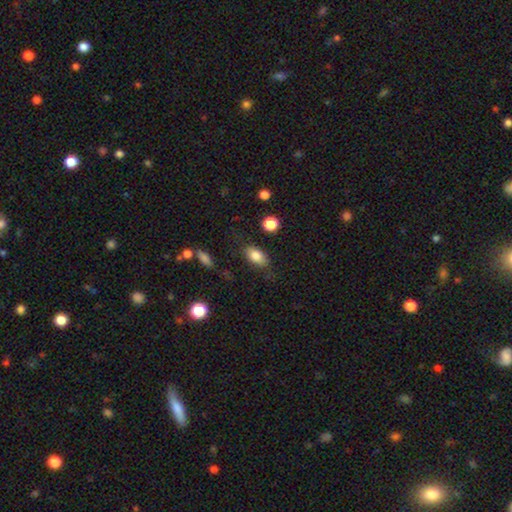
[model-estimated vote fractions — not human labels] smooth 82%, featured or disk 9%, star or artifact 9%. Down the decision tree: how rounded — in between (88%); merging — none (77%).